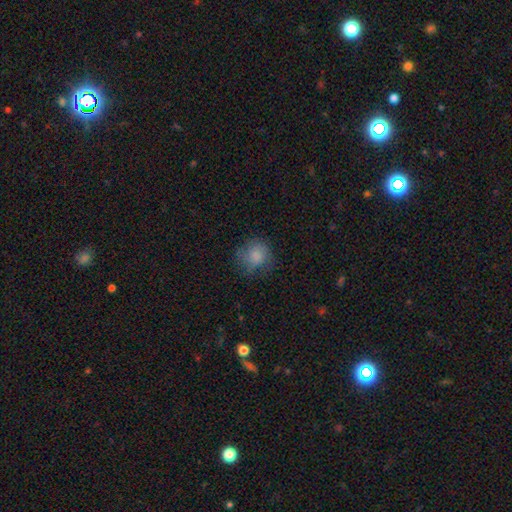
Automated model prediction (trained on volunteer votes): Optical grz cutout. It shows a smooth galaxy with no disk features (78%) that is round (85%). Merging: none (69%).